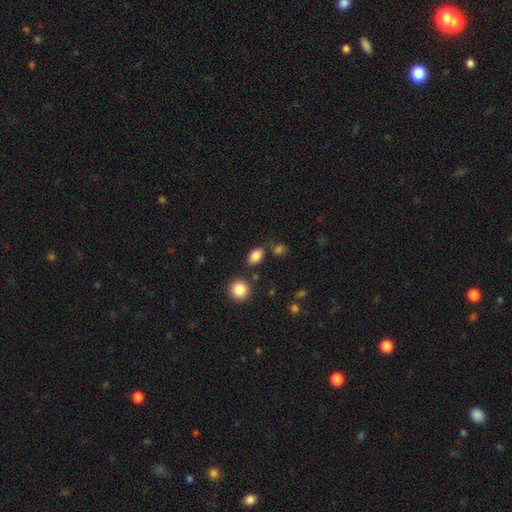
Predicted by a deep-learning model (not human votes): Smooth or featured: smooth — 85% (star or artifact — 10%)
How rounded: in between — 83% (round — 15%)
Merging: none — 76% (minor disturbance — 13%)